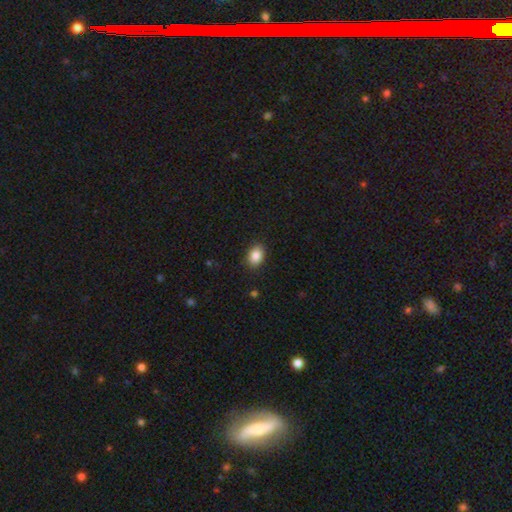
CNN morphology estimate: This is clearly a smooth galaxy (87%). How rounded: likely in between (74%). Merging: clearly none (88%).